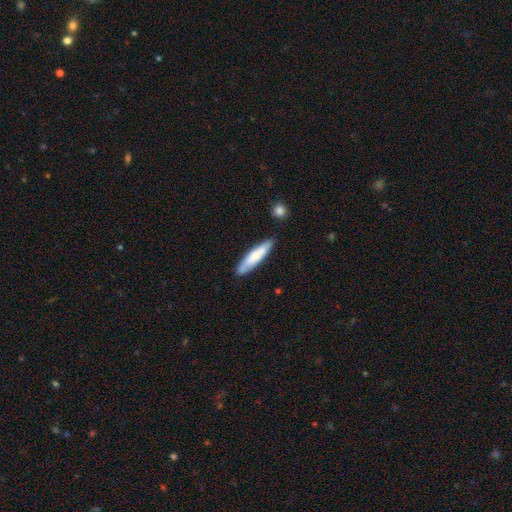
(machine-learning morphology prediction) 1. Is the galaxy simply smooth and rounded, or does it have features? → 63% smooth, 32% featured or disk, 5% star or artifact.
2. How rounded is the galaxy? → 80% cigar-shaped, 18% in between, 1% round.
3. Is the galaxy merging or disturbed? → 84% none, 11% minor disturbance, 2% merger, 2% major disturbance.